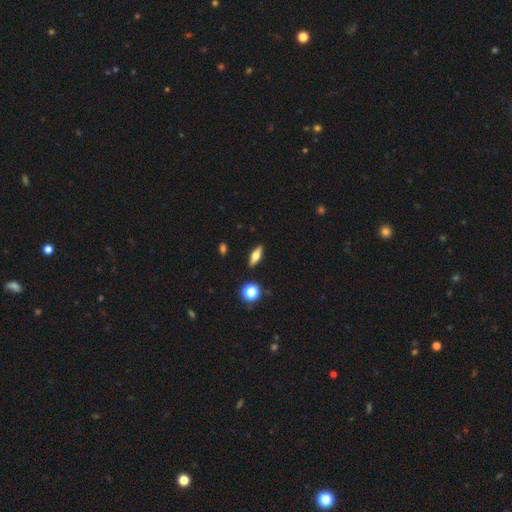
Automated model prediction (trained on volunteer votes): Q: Smooth or featured?
A: smooth (54%); runner-up: featured or disk (37%)
Q: How rounded?
A: in between (58%); runner-up: cigar-shaped (35%)
Q: Merging?
A: none (88%); runner-up: minor disturbance (8%)